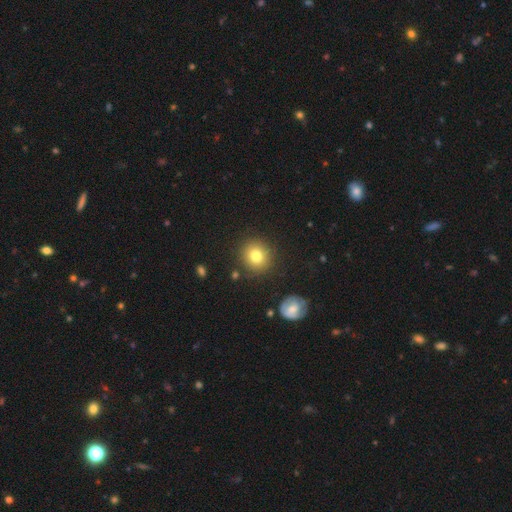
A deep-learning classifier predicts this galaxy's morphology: Smooth or featured? Predicted: smooth (p=0.80). How rounded? Predicted: round (p=0.90). Merging? Predicted: none (p=0.88).